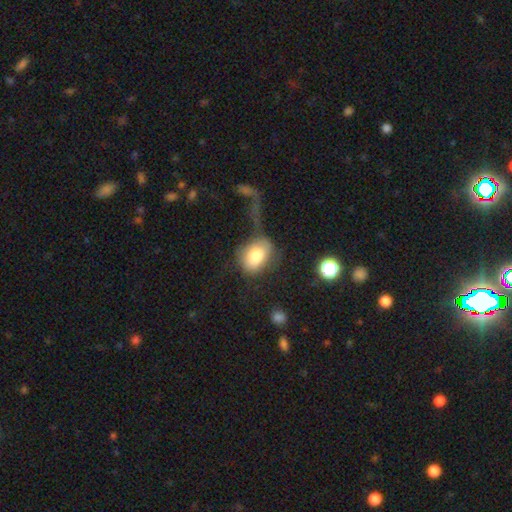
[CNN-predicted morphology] Overall: smooth (77%). How rounded: in between (66%; round 32%). Merging: major disturbance (37%; none 35%).